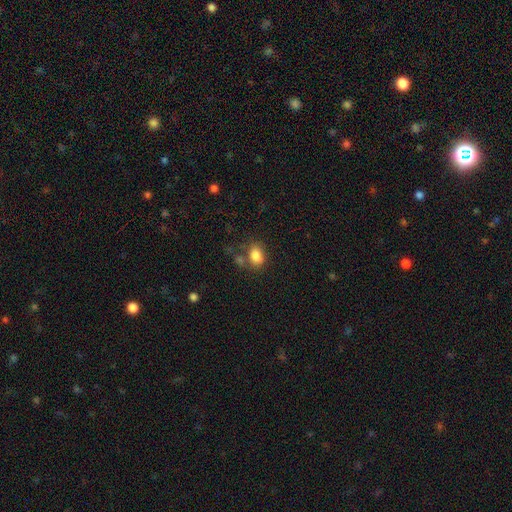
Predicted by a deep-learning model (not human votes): Overall: smooth (83%). How rounded: in between (70%). Merging: none (60%).